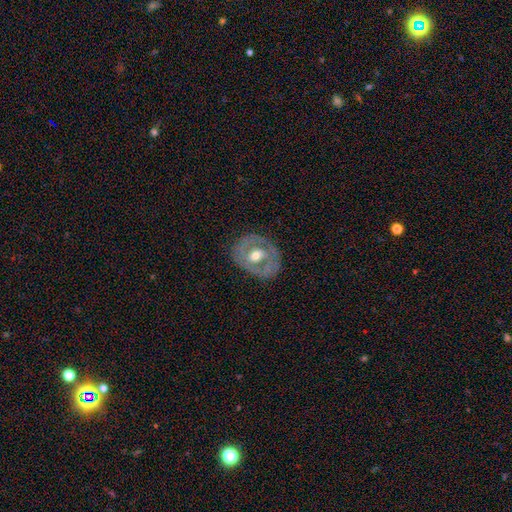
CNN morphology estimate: Smooth or featured: featured or disk — 68% (smooth — 27%)
Edge-on disk: no — 95% (yes — 5%)
Bar: no — 55% (weak — 32%)
Spiral arms: no — 57% (yes — 43%)
Bulge size: moderate — 72% (small — 15%)
Merging: none — 75% (minor disturbance — 17%)